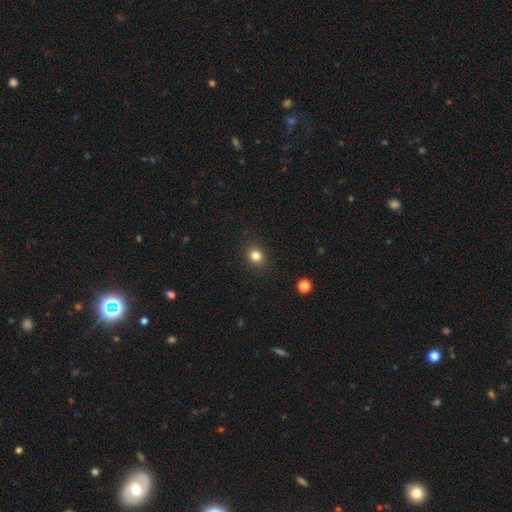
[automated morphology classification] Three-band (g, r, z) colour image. It shows a smooth galaxy with no disk features (82%) that is round (72%). Merging: none (90%).